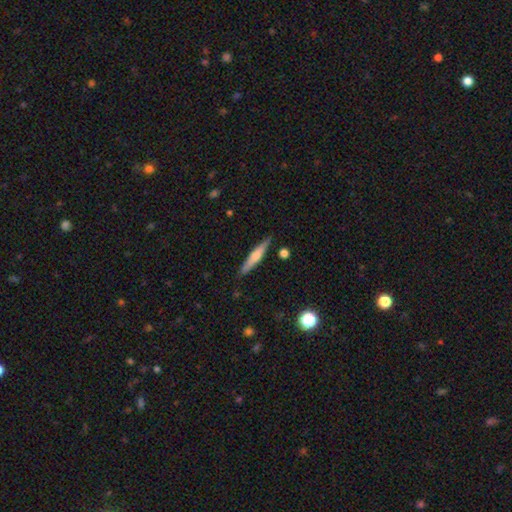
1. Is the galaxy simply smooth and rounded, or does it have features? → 58% featured or disk, 39% smooth, 3% star or artifact.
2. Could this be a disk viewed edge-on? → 95% yes, 5% no.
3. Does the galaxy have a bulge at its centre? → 85% rounded, 10% boxy, 5% none.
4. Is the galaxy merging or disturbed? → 89% none, 9% minor disturbance, 3% major disturbance, 0% merger.